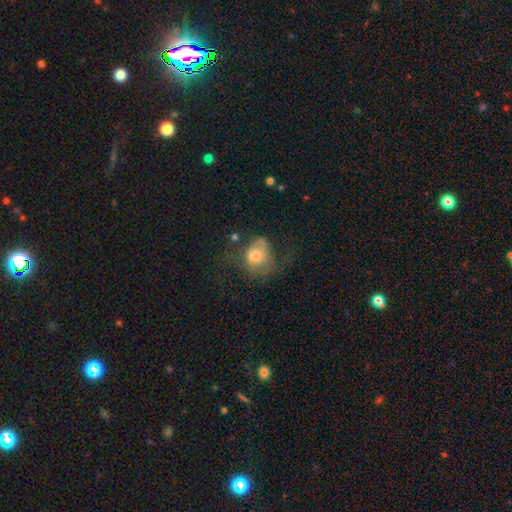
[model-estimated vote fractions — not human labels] The model was most divided on "how rounded": round: 58%, in between: 41%, cigar-shaped: 1%. Remaining: smooth or featured — smooth (60%); merging — major disturbance (45%).